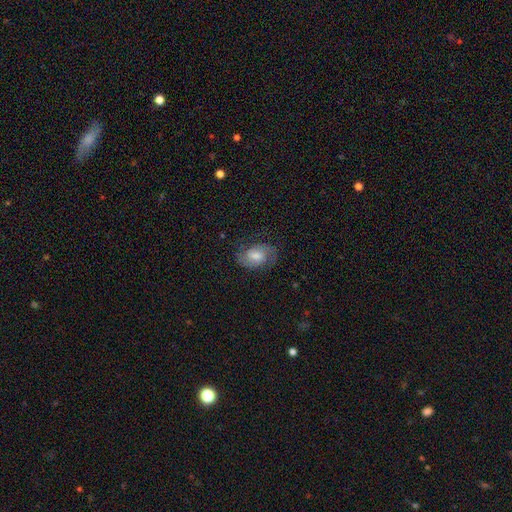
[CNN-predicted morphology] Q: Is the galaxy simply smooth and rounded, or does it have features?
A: featured or disk — 69%.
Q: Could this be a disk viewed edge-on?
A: no — 97%.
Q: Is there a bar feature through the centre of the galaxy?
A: weak — 52%.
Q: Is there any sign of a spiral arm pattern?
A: yes — 93%.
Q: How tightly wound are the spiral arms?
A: medium — 50%.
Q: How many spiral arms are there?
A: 2 — 85%.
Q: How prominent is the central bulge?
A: moderate — 49%.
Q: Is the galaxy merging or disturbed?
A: none — 76%.